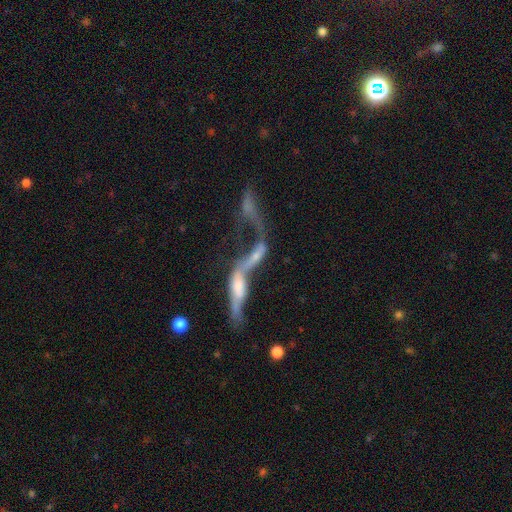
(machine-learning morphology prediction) Smooth or featured?
  - featured or disk: 54% *
  - smooth: 34%
  - star or artifact: 12%
Edge-on disk?
  - no: 66% *
  - yes: 34%
Merging?
  - merger: 77% *
  - major disturbance: 12%
  - none: 7%
  - minor disturbance: 4%